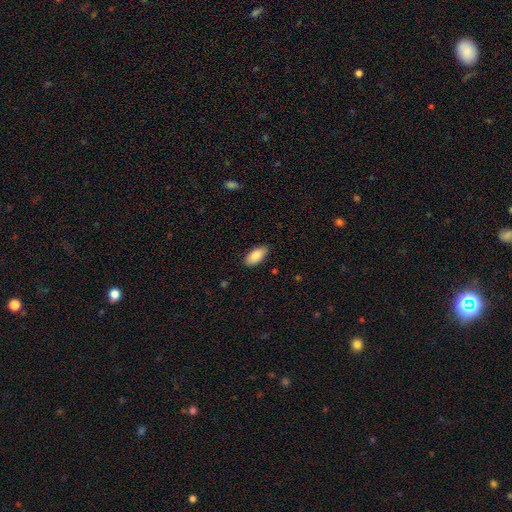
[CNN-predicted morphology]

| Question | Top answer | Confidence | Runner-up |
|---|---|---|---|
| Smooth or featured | smooth | 88% | star or artifact (6%) |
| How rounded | in between | 92% | cigar-shaped (6%) |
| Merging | none | 87% | minor disturbance (10%) |